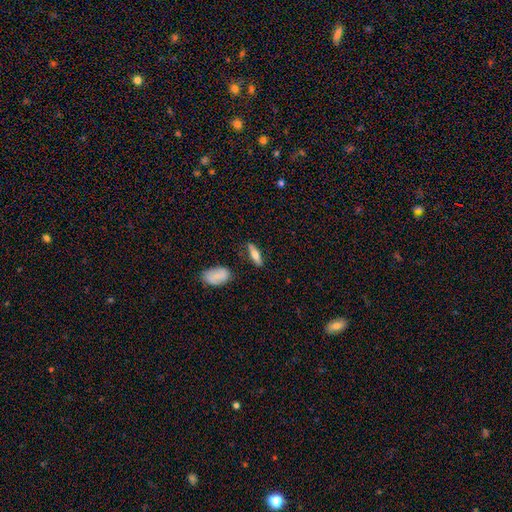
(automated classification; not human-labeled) smooth-or-featured: smooth: 58% | featured or disk: 35% | star or artifact: 7%
  how-rounded: cigar-shaped: 52% | in between: 46% | round: 3%
  merging: none: 80% | minor disturbance: 13% | major disturbance: 3% | merger: 3%